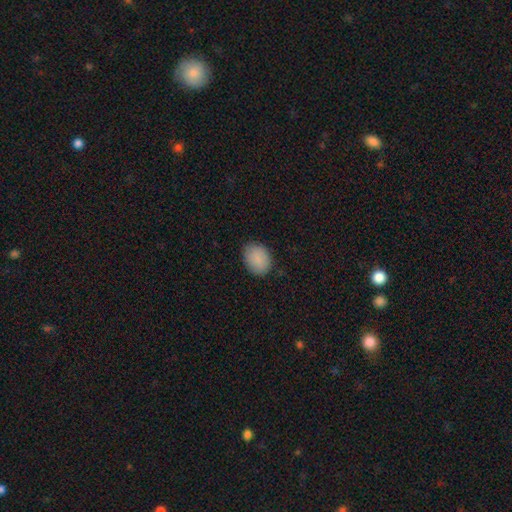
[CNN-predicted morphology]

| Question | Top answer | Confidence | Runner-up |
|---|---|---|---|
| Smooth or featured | smooth | 89% | star or artifact (7%) |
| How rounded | in between | 68% | round (31%) |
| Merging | none | 84% | minor disturbance (12%) |